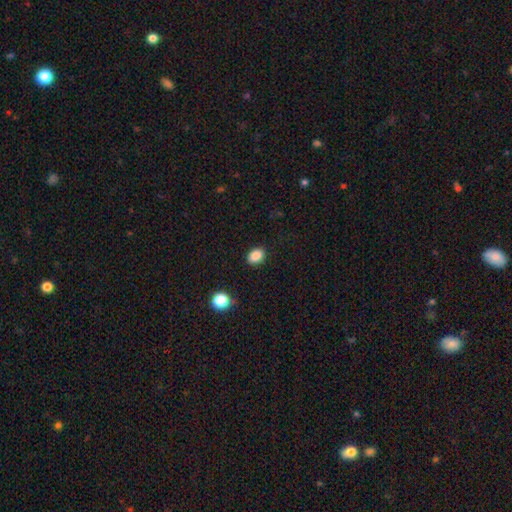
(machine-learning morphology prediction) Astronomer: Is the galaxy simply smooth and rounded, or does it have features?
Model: smooth — 87%.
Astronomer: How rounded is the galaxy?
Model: in between — 68%.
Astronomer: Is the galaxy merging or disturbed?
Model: none — 87%.